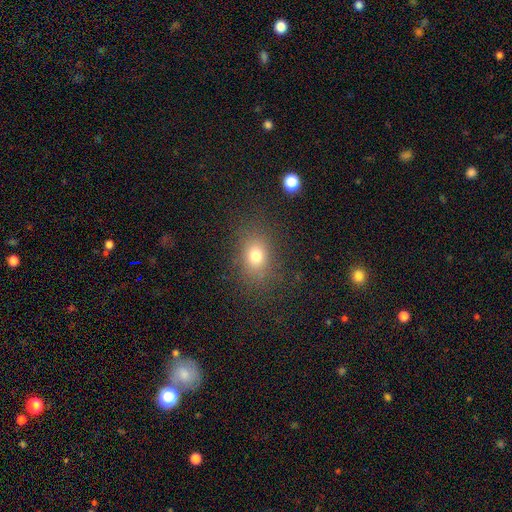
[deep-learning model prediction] A smooth galaxy with no disk features (74%) that is in between round and cigar-shaped (56%).

Vote fractions:
- Smooth or featured? smooth: 74% / star or artifact: 16% / featured or disk: 10%
- How rounded? in between: 56% / round: 43% / cigar-shaped: 1%
- Merging? none: 81% / minor disturbance: 11% / major disturbance: 6% / merger: 1%